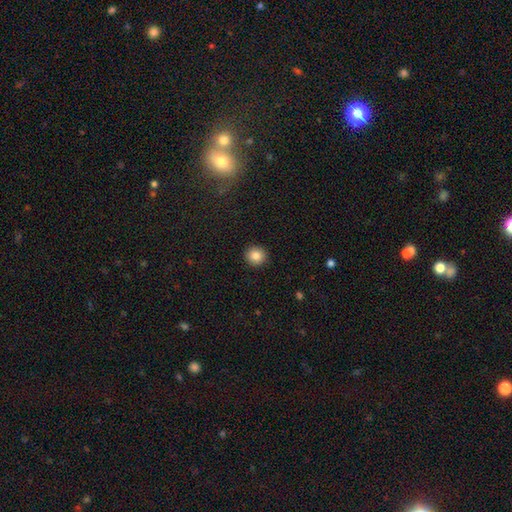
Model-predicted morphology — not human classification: type=smooth (84%); roundness=round (93%); merging=none (93%).